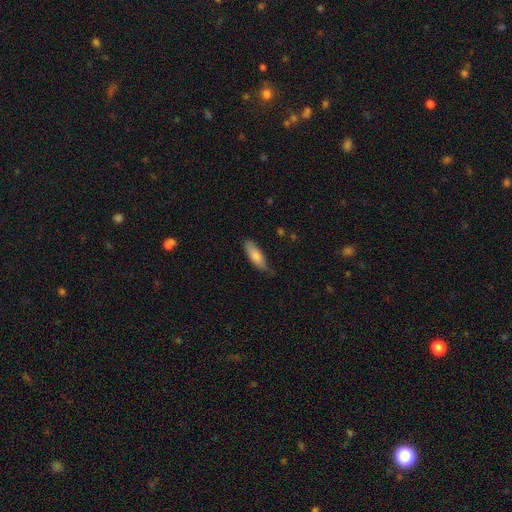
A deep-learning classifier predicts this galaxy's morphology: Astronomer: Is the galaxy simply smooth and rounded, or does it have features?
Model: smooth — 80%.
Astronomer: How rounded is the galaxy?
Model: in between — 62%.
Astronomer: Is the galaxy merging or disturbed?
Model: none — 68%.